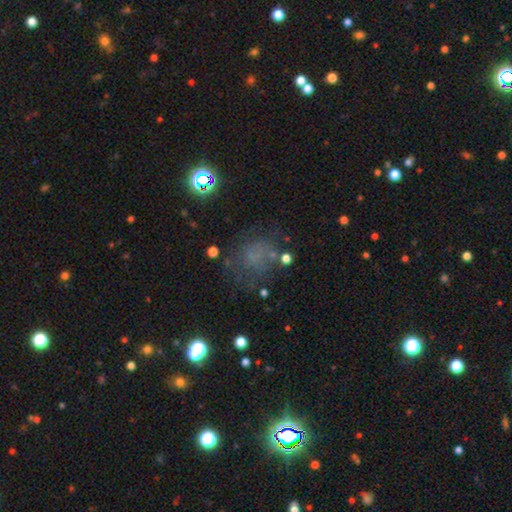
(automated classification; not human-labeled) Smooth or featured? Predicted: smooth (p=0.49). Merging? Predicted: none (p=0.57).